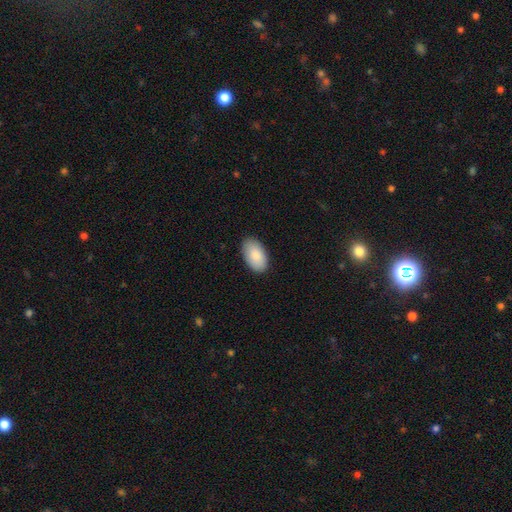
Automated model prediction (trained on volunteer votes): Overall: smooth (88%). How rounded: in between (96%). Merging: none (87%).